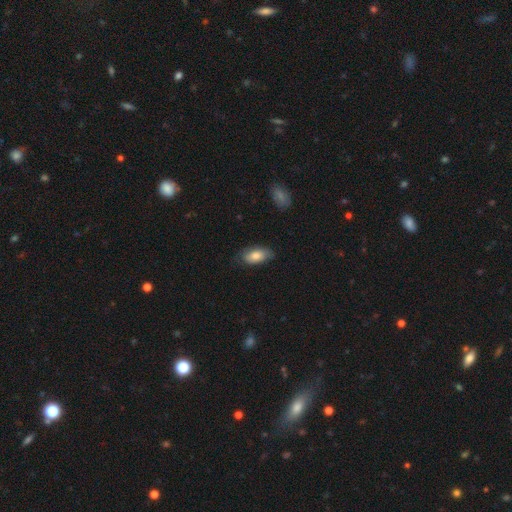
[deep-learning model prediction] Smooth or featured?
  - smooth: 77% *
  - featured or disk: 17%
  - star or artifact: 6%
How rounded?
  - in between: 92% *
  - cigar-shaped: 4%
  - round: 3%
Merging?
  - none: 70% *
  - minor disturbance: 24%
  - major disturbance: 5%
  - merger: 1%